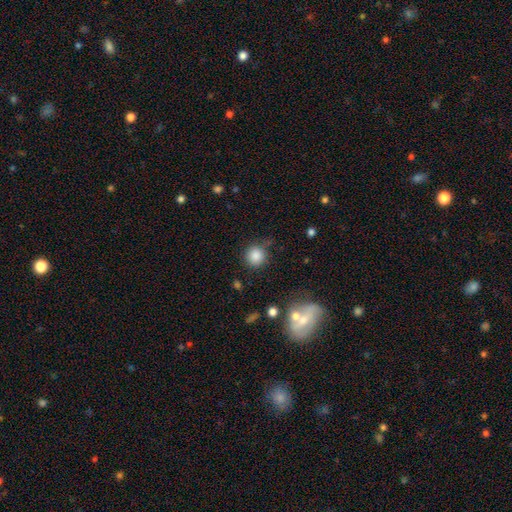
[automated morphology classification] This is clearly a smooth galaxy (84%). How rounded: clearly round (92%). Merging: likely none (78%).